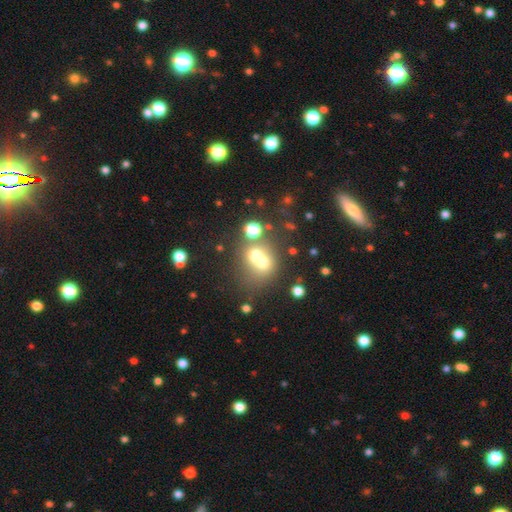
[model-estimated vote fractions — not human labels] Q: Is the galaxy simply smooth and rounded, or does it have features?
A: smooth — 59%.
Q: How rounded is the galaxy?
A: round — 74%.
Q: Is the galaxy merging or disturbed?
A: merger — 58%.